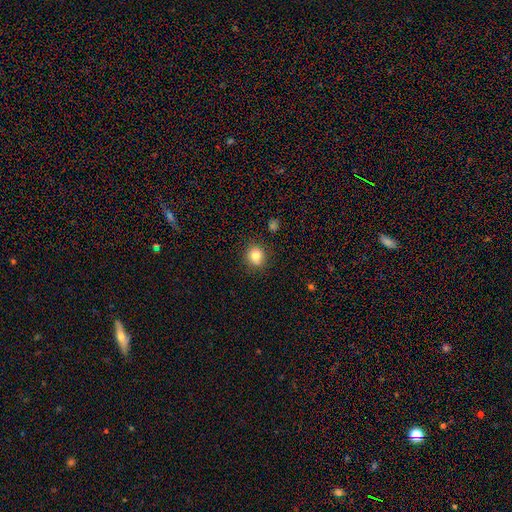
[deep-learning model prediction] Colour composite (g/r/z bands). It shows a smooth galaxy with no disk features (81%) that is round (86%). Merging: none (85%).